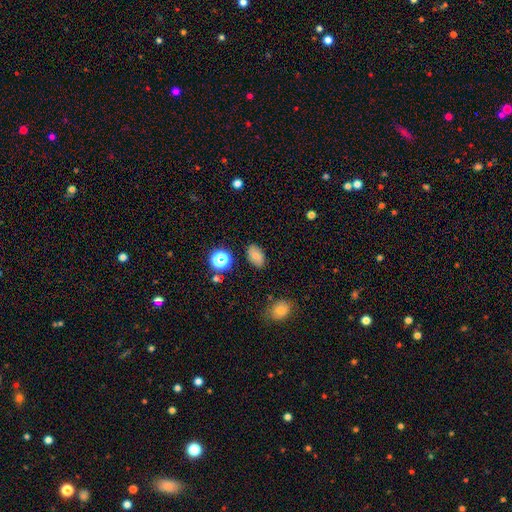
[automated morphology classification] This appears to be a smooth galaxy with no disk features (72%) that is in between round and cigar-shaped (86%). Merging: none (83%).